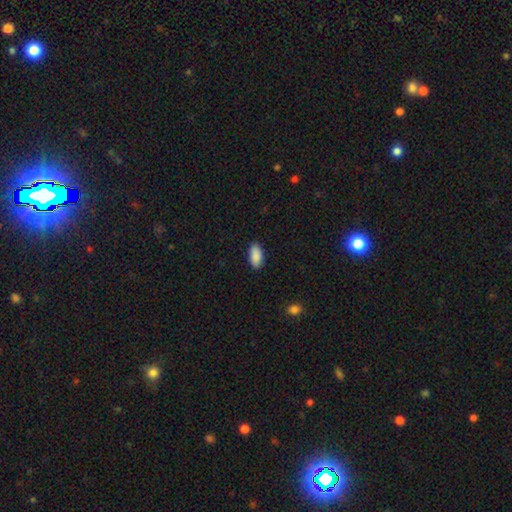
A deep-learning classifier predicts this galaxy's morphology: smooth-or-featured: smooth: 90% | star or artifact: 6% | featured or disk: 3%
  how-rounded: in between: 92% | cigar-shaped: 6% | round: 2%
  merging: none: 89% | minor disturbance: 8% | major disturbance: 2% | merger: 1%